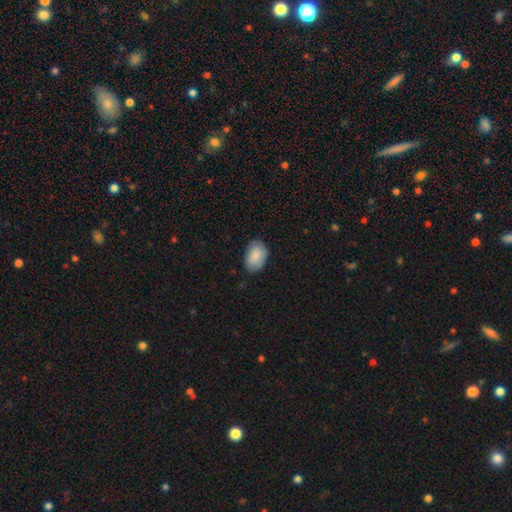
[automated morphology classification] smooth_or_featured: smooth (p=0.87) [alt: featured or disk p=0.07]
how_rounded: in between (p=0.87) [alt: round p=0.12]
merging: none (p=0.76) [alt: minor disturbance p=0.20]